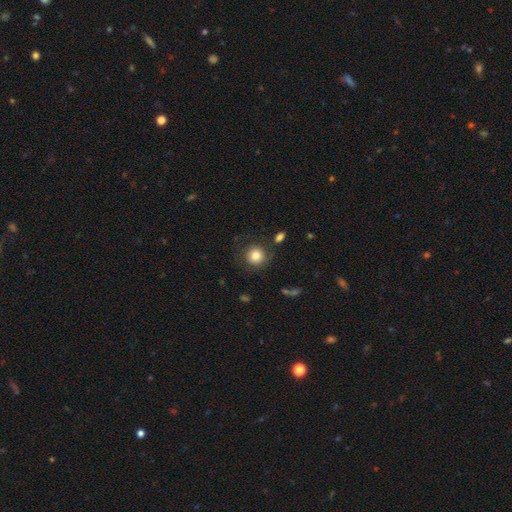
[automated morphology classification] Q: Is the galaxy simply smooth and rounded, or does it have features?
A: smooth — 83%.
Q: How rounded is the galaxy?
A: round — 92%.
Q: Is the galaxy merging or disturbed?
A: none — 81%.